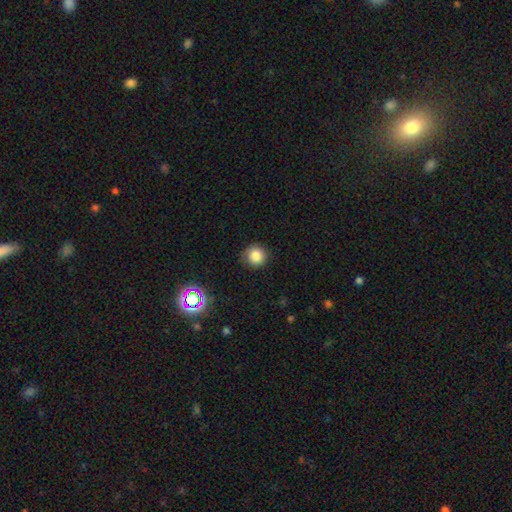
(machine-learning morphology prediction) Smooth or featured: smooth — 83% (star or artifact — 12%)
How rounded: round — 94% (in between — 5%)
Merging: none — 87% (minor disturbance — 9%)